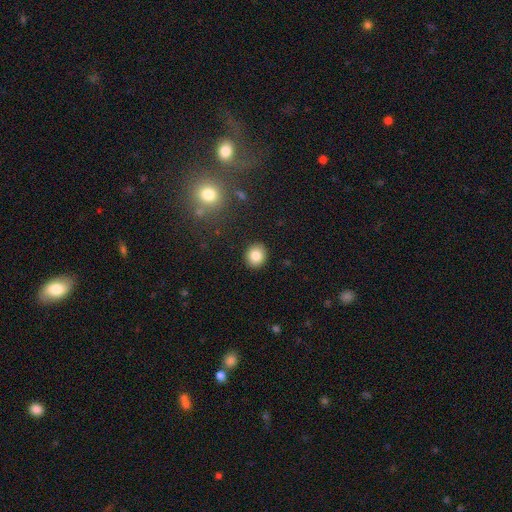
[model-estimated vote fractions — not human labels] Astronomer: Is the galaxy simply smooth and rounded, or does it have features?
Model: smooth — 83%.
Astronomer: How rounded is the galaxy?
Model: round — 70%.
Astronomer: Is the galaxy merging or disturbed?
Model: none — 90%.